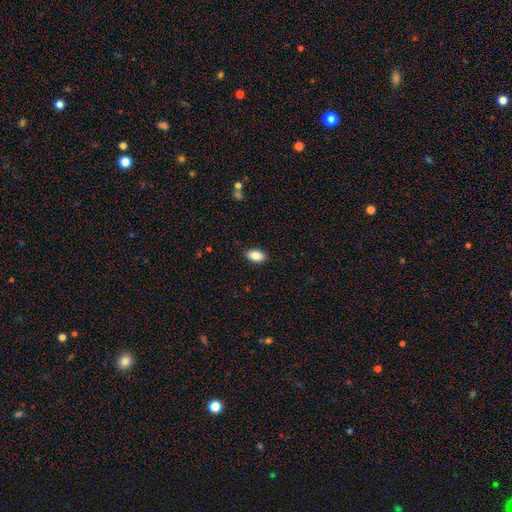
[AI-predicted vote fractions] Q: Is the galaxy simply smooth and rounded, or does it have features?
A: smooth — 86%.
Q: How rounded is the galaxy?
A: in between — 92%.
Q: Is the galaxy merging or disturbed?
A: none — 89%.